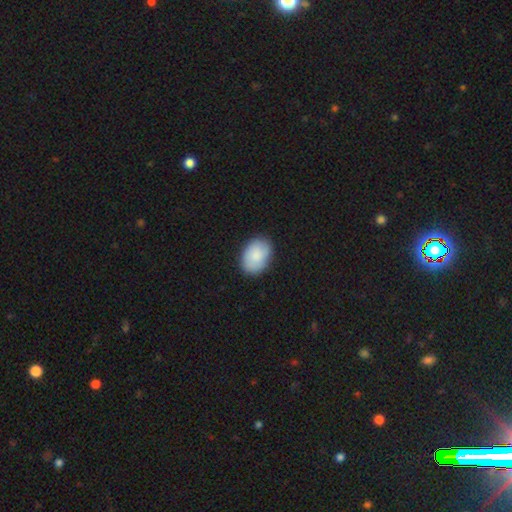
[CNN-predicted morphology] Overall: smooth (86%). How rounded: in between (81%). Merging: none (84%).